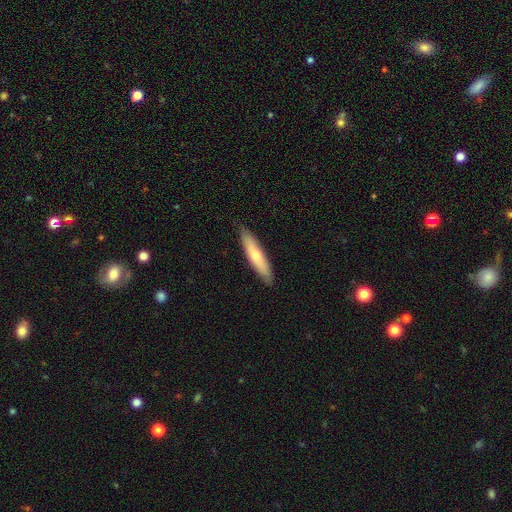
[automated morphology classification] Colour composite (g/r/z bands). It shows a smooth galaxy with no disk features (64%) that is cigar-shaped (83%). Merging: none (88%).